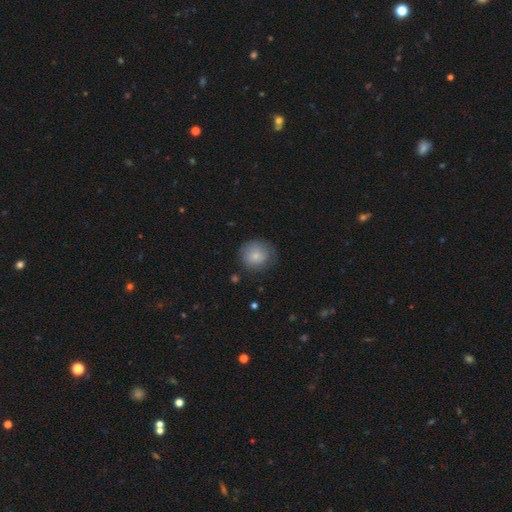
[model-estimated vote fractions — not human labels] smooth_or_featured: smooth (p=0.76) [alt: featured or disk p=0.17]
how_rounded: round (p=0.85) [alt: in between p=0.14]
merging: none (p=0.68) [alt: minor disturbance p=0.23]